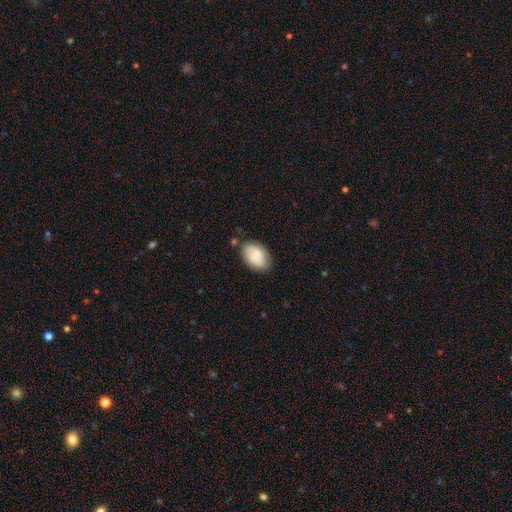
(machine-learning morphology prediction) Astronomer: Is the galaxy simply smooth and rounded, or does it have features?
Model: smooth — 79%.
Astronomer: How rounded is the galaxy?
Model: in between — 90%.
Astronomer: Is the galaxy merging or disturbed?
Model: none — 74%.